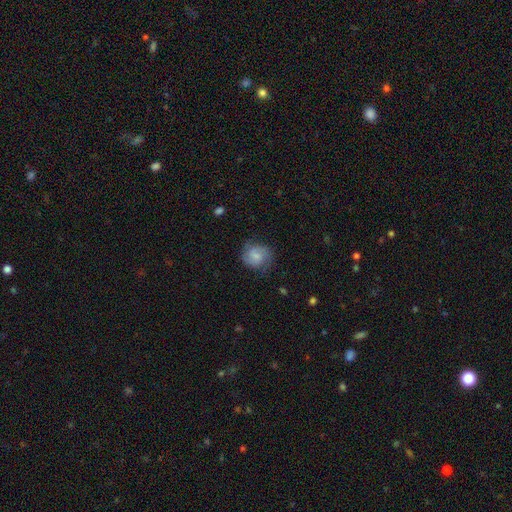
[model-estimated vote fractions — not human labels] The model was most divided on "smooth or featured": featured or disk: 51%, smooth: 42%, star or artifact: 8%. More confident: edge-on disk — no (98%); merging — none (71%).